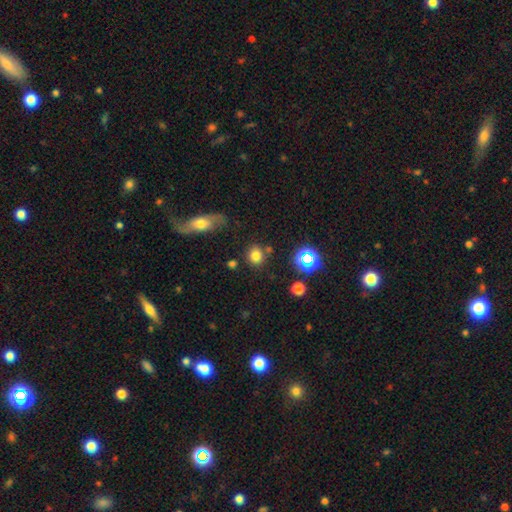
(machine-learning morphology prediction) Overall: smooth (76%). How rounded: round (78%). Merging: none (77%).